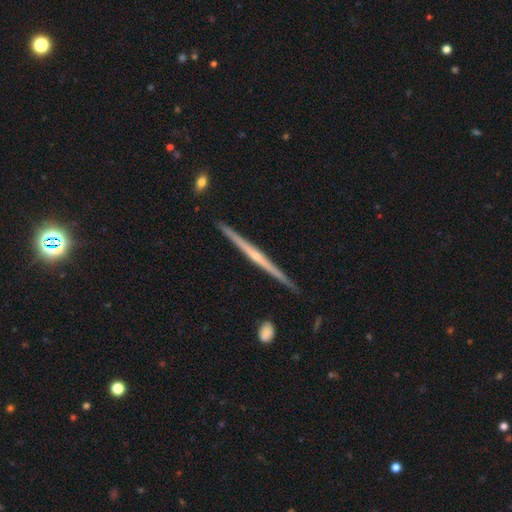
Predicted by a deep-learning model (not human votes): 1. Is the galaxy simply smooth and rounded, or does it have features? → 80% featured or disk, 15% smooth, 5% star or artifact.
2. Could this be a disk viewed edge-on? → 98% yes, 2% no.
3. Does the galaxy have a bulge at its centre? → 54% rounded, 40% none, 6% boxy.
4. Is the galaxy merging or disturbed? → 91% none, 7% minor disturbance, 1% merger, 1% major disturbance.